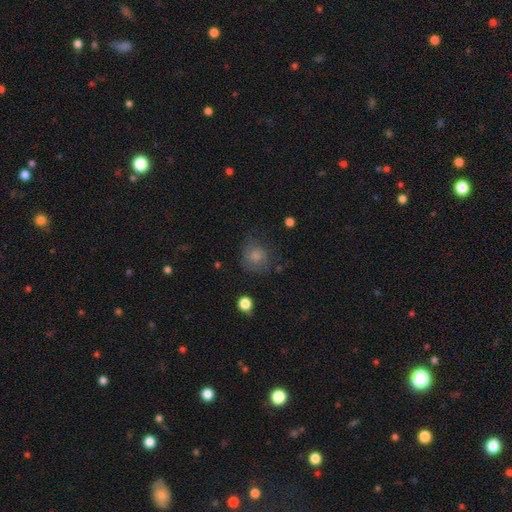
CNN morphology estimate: This is likely a smooth galaxy (70%). How rounded: clearly round (82%). Merging: possibly none (59%).